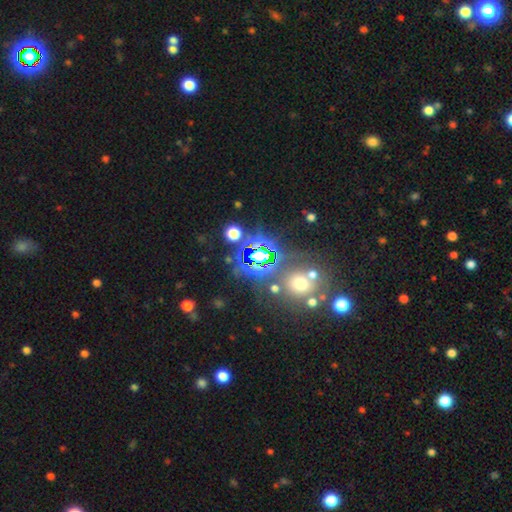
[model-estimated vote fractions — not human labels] Smooth or featured? Predicted: star or artifact (p=0.68).